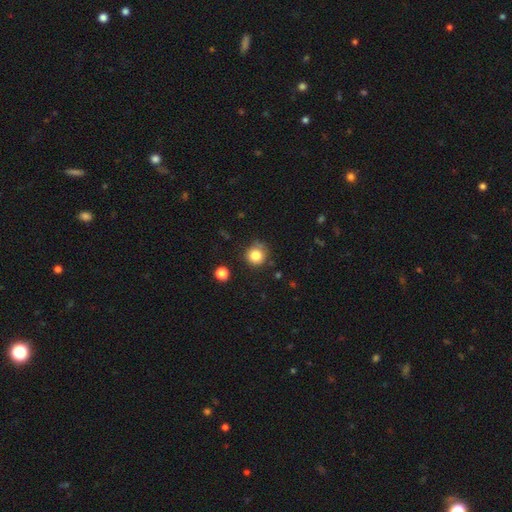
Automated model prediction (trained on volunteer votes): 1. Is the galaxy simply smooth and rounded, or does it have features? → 83% smooth, 11% star or artifact, 6% featured or disk.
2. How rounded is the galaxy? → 92% round, 7% in between, 1% cigar-shaped.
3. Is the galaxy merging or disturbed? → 79% none, 14% minor disturbance, 4% merger, 3% major disturbance.